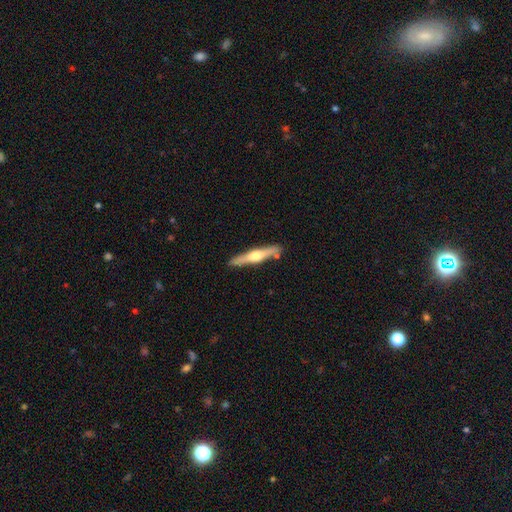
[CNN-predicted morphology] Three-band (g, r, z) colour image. It shows a featured or disk galaxy (62%) viewed edge-on (96%) with a rounded central bulge (93%). Merging: none (87%).